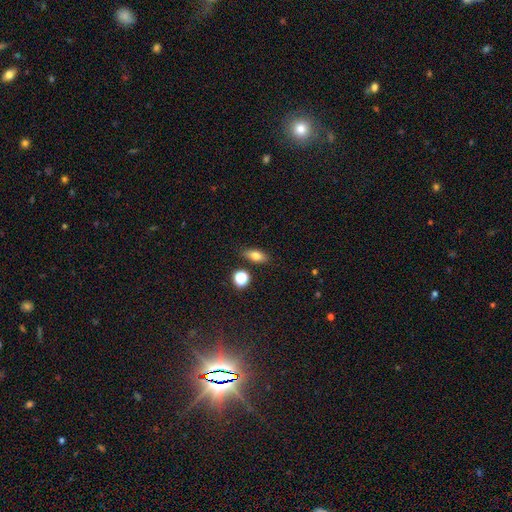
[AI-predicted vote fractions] Overall: smooth (74%). How rounded: in between (74%). Merging: none (82%).